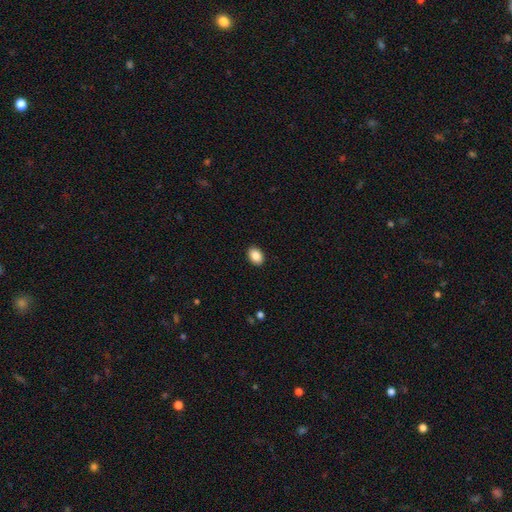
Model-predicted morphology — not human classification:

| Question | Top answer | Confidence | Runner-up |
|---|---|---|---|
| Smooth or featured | smooth | 88% | star or artifact (8%) |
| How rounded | in between | 80% | round (19%) |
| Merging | none | 91% | minor disturbance (6%) |